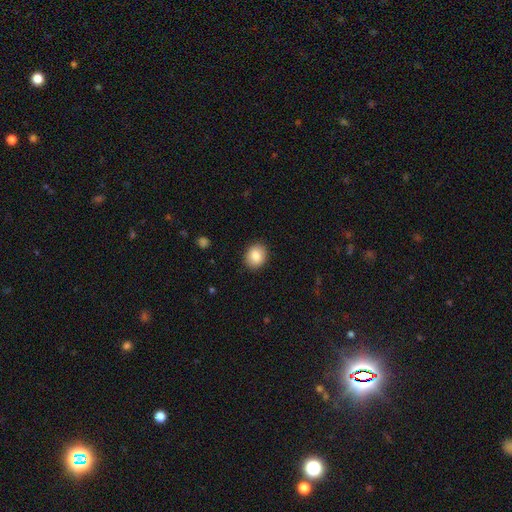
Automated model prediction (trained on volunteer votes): Overall: smooth (85%). How rounded: round (59%; in between 40%). Merging: none (89%).